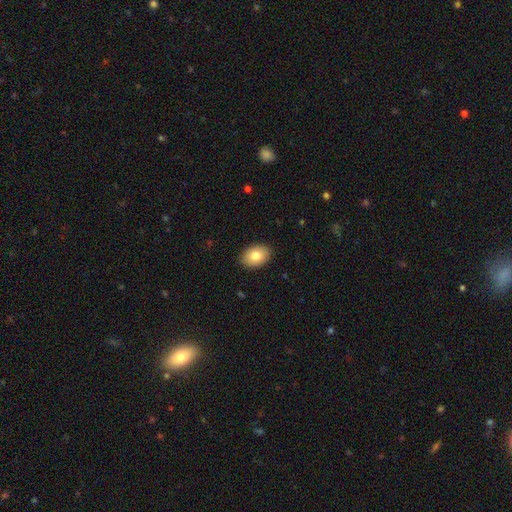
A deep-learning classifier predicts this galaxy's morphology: Smooth or featured? smooth (81%)
How rounded? in between (81%)
Merging? none (89%)